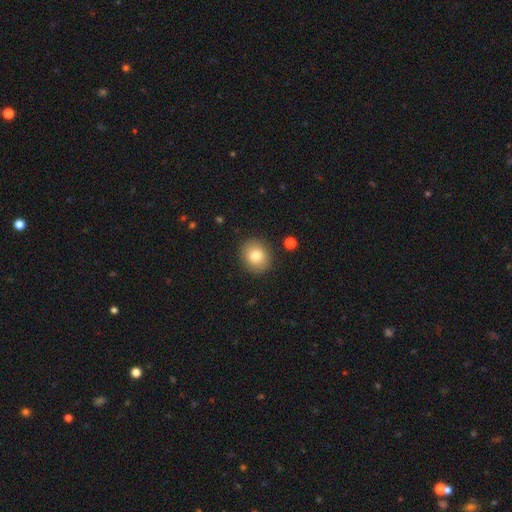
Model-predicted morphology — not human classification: A smooth galaxy with no disk features (80%) that is round (75%).

Vote fractions:
- Smooth or featured? smooth: 80% / featured or disk: 11% / star or artifact: 9%
- How rounded? round: 75% / in between: 24% / cigar-shaped: 1%
- Merging? none: 89% / minor disturbance: 7% / major disturbance: 2% / merger: 2%